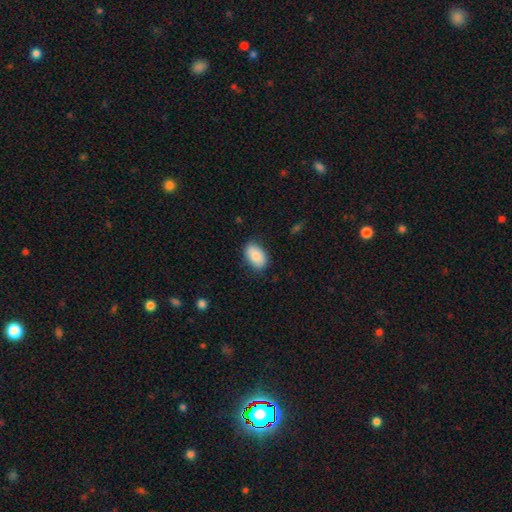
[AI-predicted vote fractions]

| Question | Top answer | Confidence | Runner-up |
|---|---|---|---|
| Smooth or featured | smooth | 86% | featured or disk (8%) |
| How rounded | in between | 90% | round (9%) |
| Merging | none | 81% | minor disturbance (15%) |